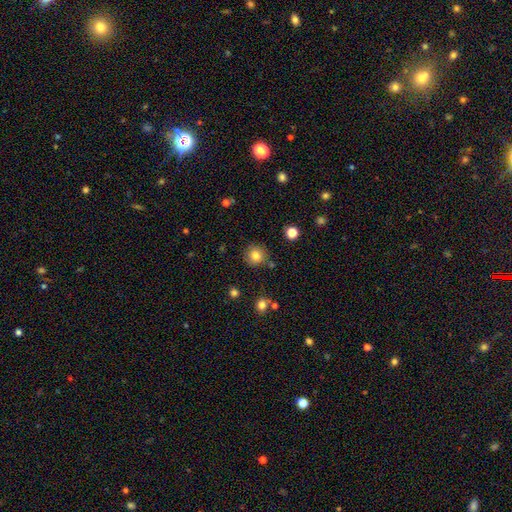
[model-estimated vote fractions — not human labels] smooth-or-featured: smooth: 80% | star or artifact: 11% | featured or disk: 8%
  how-rounded: round: 93% | in between: 6% | cigar-shaped: 1%
  merging: none: 84% | minor disturbance: 10% | merger: 4% | major disturbance: 3%